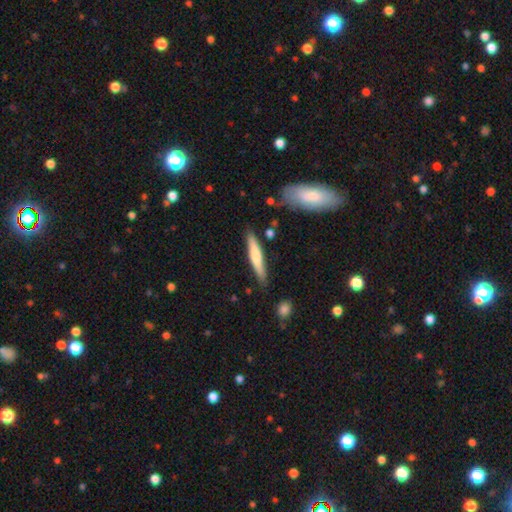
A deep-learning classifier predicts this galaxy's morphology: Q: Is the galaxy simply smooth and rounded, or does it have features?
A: smooth — 65%.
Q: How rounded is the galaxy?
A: cigar-shaped — 91%.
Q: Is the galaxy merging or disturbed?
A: none — 84%.